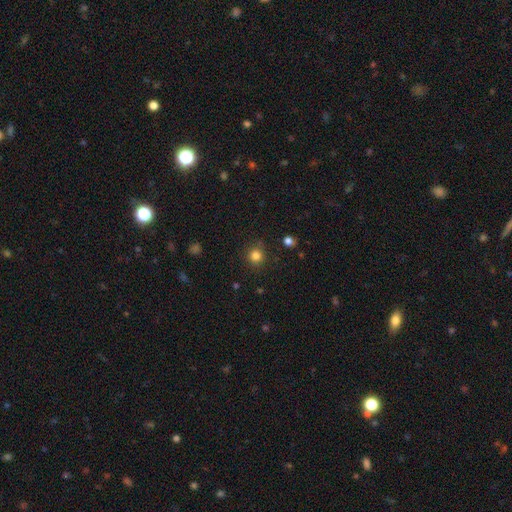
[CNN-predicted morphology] The model was most divided on "smooth or featured": smooth: 81%, star or artifact: 14%, featured or disk: 5%. More confident: how rounded — round (92%); merging — none (87%).